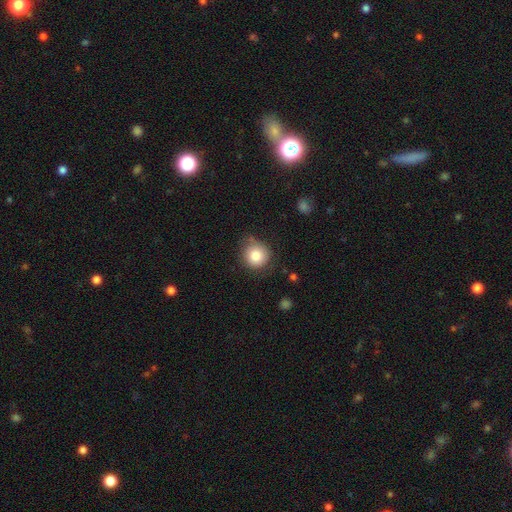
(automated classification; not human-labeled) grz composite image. It shows a smooth galaxy with no disk features (83%) that is round (90%). Merging: none (70%).